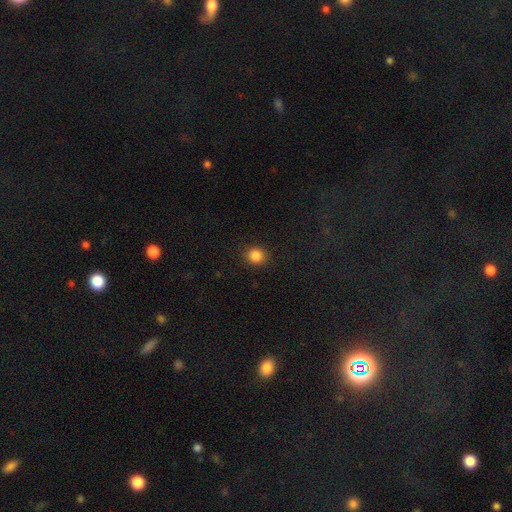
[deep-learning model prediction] The model was most divided on "smooth or featured": smooth: 86%, star or artifact: 11%, featured or disk: 3%. More confident: merging — none (91%); how rounded — round (87%).